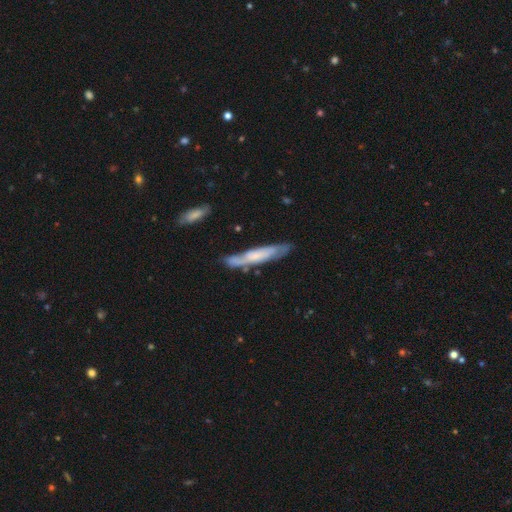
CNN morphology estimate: This appears to be a featured or disk galaxy (51%) viewed edge-on (61%). Merging: none (68%).